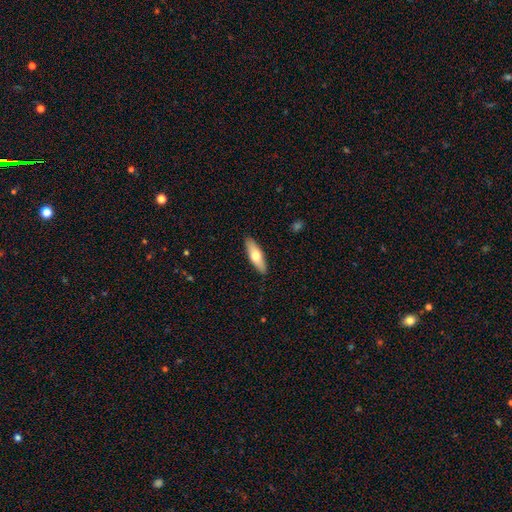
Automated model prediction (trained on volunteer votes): Q: Smooth or featured?
A: smooth (65%); runner-up: featured or disk (30%)
Q: How rounded?
A: in between (51%); runner-up: cigar-shaped (47%)
Q: Merging?
A: none (89%); runner-up: minor disturbance (8%)